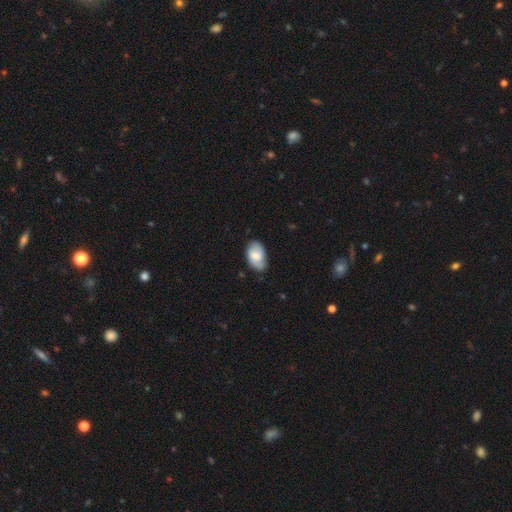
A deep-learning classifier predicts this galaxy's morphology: A smooth galaxy with no disk features (66%) that is in between round and cigar-shaped (91%). Merging: none (71%).